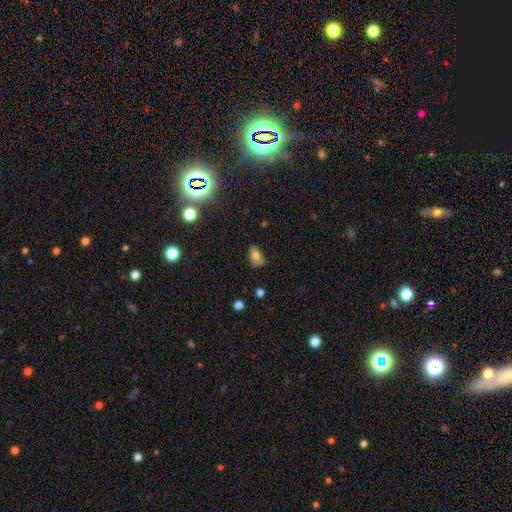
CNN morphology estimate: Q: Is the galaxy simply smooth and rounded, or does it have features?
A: smooth — 73%.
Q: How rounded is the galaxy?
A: in between — 89%.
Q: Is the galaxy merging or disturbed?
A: none — 56%.